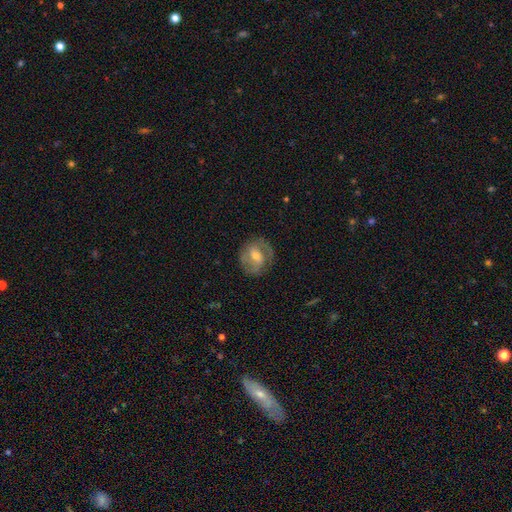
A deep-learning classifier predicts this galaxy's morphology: Smooth or featured? featured or disk (65%)
Edge-on disk? no (96%)
Bar? weak (51%)
Spiral arms? yes (82%)
Spiral winding? medium (46%)
Spiral arm count? 2 (74%)
Bulge size? moderate (62%)
Merging? none (73%)